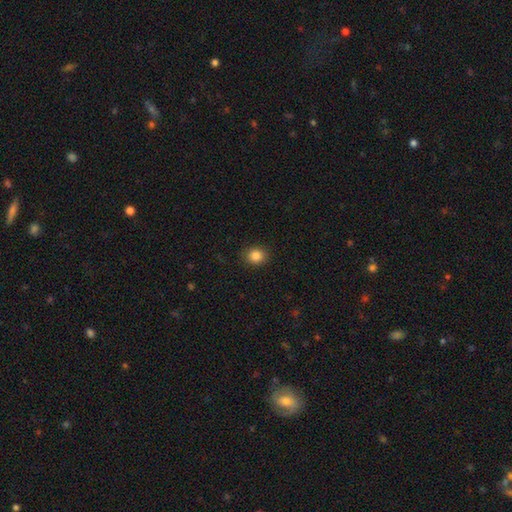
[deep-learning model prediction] Q: Smooth or featured?
A: smooth (85%); runner-up: star or artifact (11%)
Q: How rounded?
A: round (76%); runner-up: in between (23%)
Q: Merging?
A: none (90%); runner-up: minor disturbance (7%)